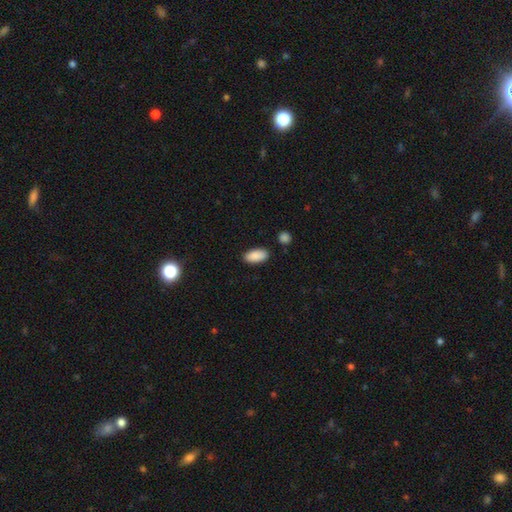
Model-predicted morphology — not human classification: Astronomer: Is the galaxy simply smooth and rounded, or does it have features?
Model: smooth — 90%.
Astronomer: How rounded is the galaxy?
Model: in between — 91%.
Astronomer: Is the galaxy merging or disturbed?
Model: none — 87%.